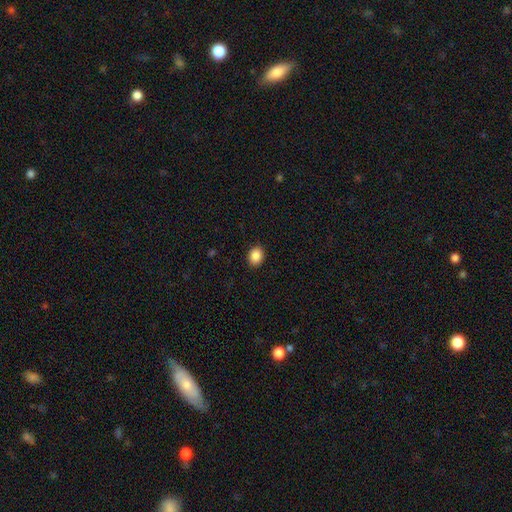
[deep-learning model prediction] Q: Smooth or featured?
A: smooth (88%); runner-up: star or artifact (9%)
Q: How rounded?
A: in between (57%); runner-up: round (42%)
Q: Merging?
A: none (90%); runner-up: minor disturbance (7%)